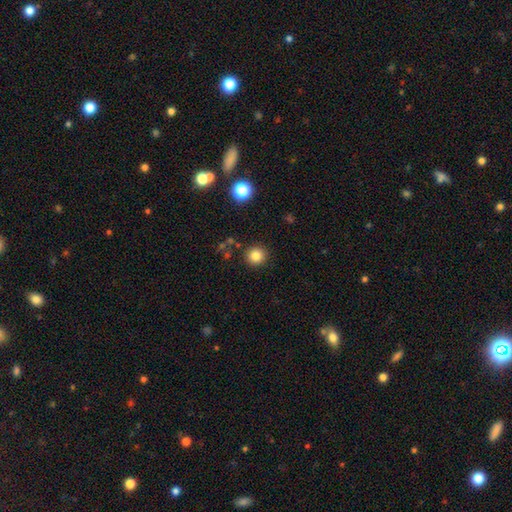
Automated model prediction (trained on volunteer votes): smooth_or_featured: smooth (p=0.83) [alt: star or artifact p=0.12]
how_rounded: round (p=0.93) [alt: in between p=0.06]
merging: none (p=0.89) [alt: minor disturbance p=0.07]